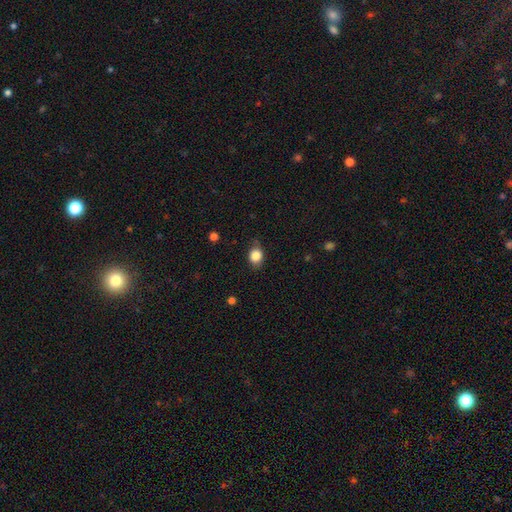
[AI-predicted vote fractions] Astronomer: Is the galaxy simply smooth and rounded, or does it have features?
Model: smooth — 84%.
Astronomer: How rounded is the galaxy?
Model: round — 55% (runner-up: in between, 44%).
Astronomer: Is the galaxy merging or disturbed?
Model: none — 76%.